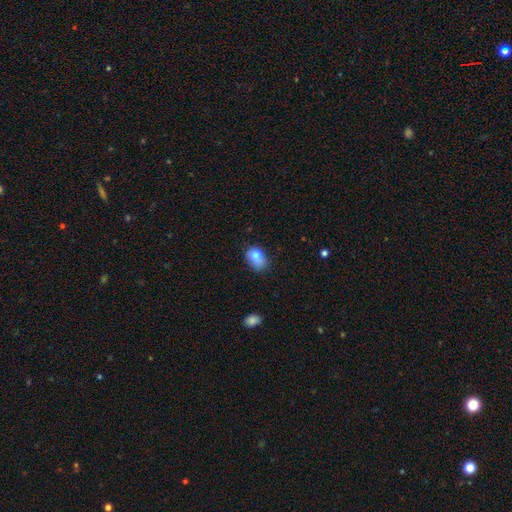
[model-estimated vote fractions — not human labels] Smooth or featured?
  - smooth: 80% *
  - featured or disk: 11%
  - star or artifact: 10%
How rounded?
  - in between: 75% *
  - round: 24%
  - cigar-shaped: 1%
Merging?
  - none: 52% *
  - minor disturbance: 34%
  - major disturbance: 10%
  - merger: 4%